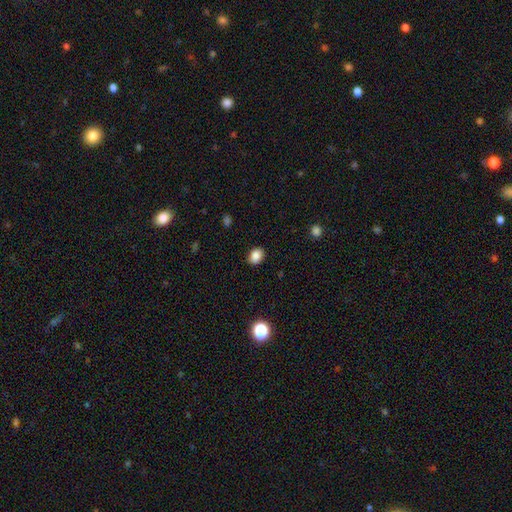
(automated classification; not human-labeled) Q: Smooth or featured?
A: smooth (86%); runner-up: star or artifact (10%)
Q: How rounded?
A: in between (57%); runner-up: round (42%)
Q: Merging?
A: none (87%); runner-up: minor disturbance (9%)